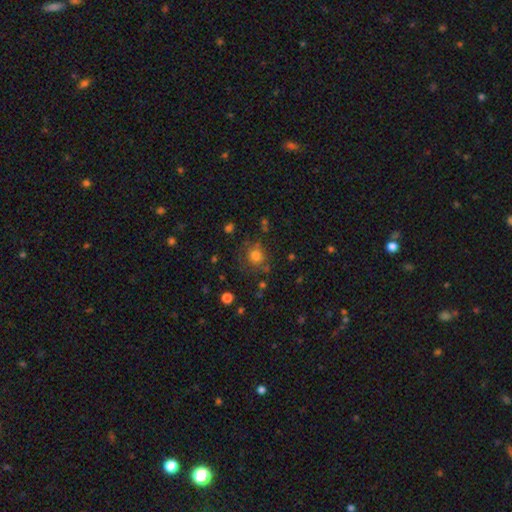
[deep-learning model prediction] smooth 71%, star or artifact 14%, featured or disk 14%. Down the decision tree: how rounded — round (83%); merging — none (66%).